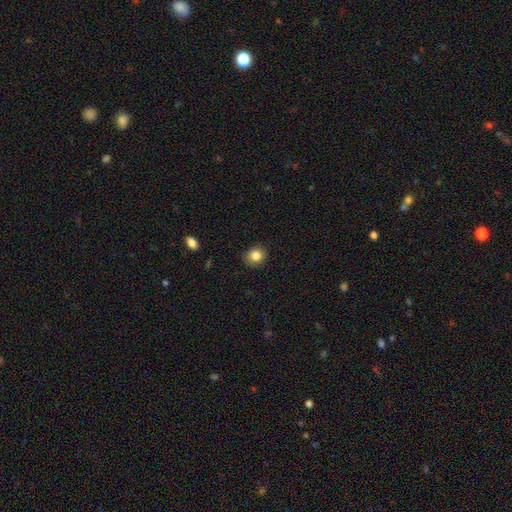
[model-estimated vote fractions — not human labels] Q: Smooth or featured?
A: smooth (84%); runner-up: star or artifact (10%)
Q: How rounded?
A: round (78%); runner-up: in between (21%)
Q: Merging?
A: none (88%); runner-up: minor disturbance (9%)